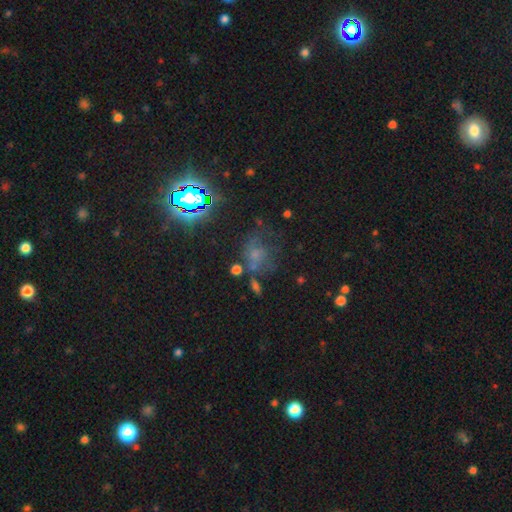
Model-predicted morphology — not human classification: type=star or artifact (41%).